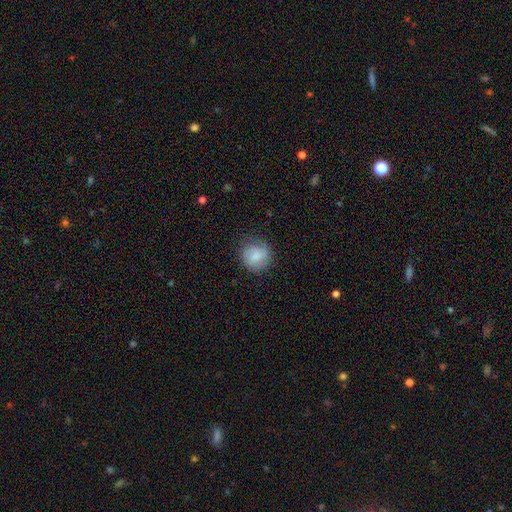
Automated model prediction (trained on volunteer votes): smooth_or_featured: smooth (p=0.78) [alt: featured or disk p=0.15]
how_rounded: round (p=0.86) [alt: in between p=0.13]
merging: none (p=0.75) [alt: minor disturbance p=0.18]